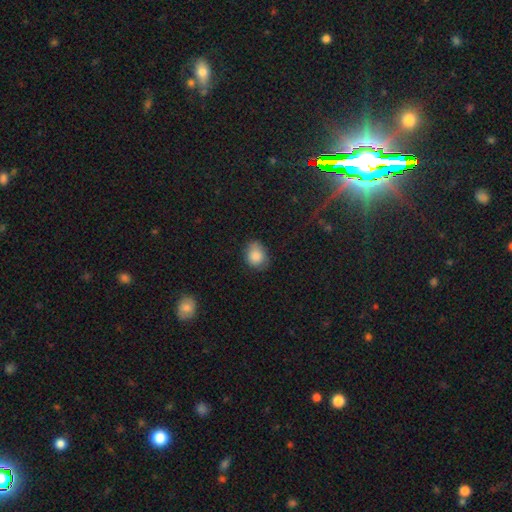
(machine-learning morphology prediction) A smooth galaxy with no disk features (85%) that is round (62%). Merging: none (66%).